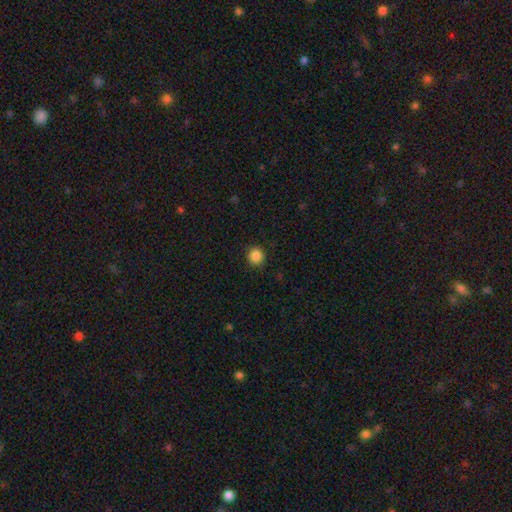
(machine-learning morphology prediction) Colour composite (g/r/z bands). It shows a smooth galaxy with no disk features (87%) that is round (91%). Merging: none (91%).